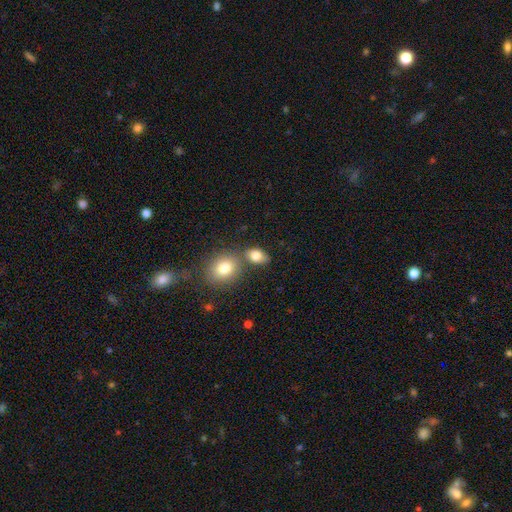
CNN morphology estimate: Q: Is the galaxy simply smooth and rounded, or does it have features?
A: smooth — 82%.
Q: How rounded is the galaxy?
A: in between — 75%.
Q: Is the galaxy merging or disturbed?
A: none — 58%.